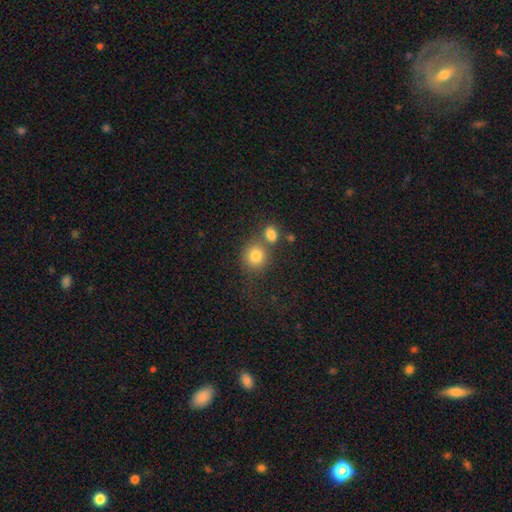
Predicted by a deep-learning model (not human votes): smooth 81%, star or artifact 11%, featured or disk 8%. Down the decision tree: how rounded — round (84%); merging — none (54%).